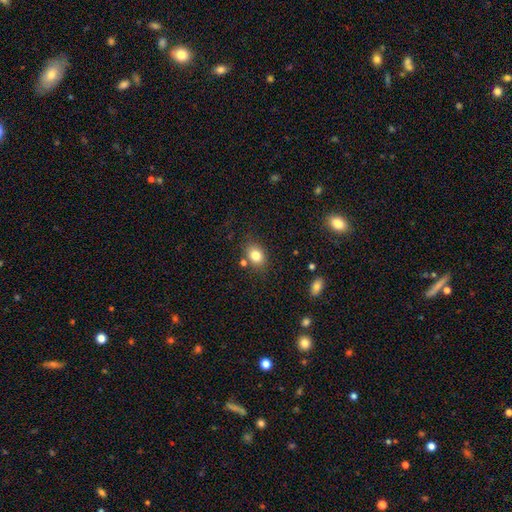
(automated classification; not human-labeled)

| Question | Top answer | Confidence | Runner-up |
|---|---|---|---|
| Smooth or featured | smooth | 81% | star or artifact (10%) |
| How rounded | in between | 62% | round (37%) |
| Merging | none | 76% | minor disturbance (13%) |